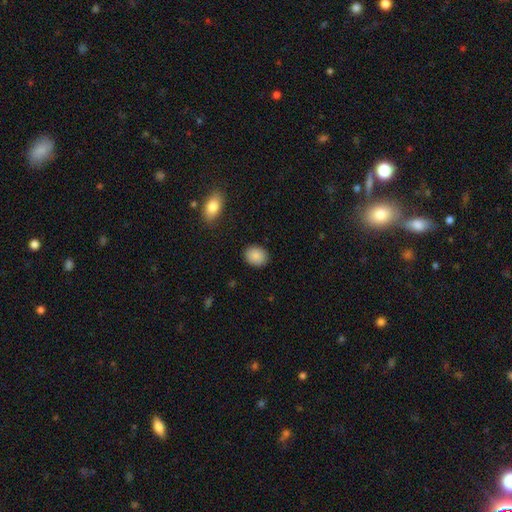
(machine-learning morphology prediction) This is clearly a smooth galaxy (88%). How rounded: possibly round (52%). Merging: clearly none (89%).